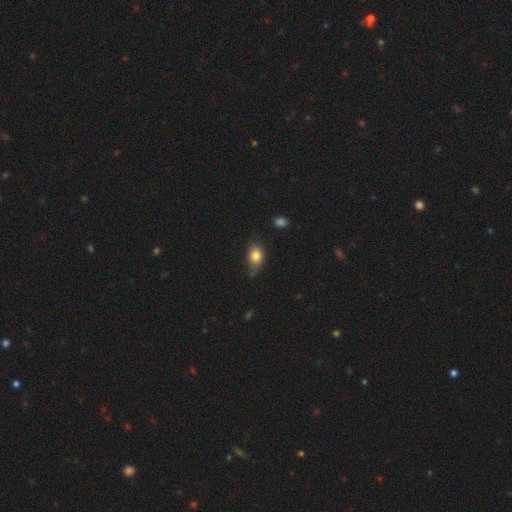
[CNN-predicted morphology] Smooth or featured? Predicted: smooth (p=0.83). How rounded? Predicted: in between (p=0.72). Merging? Predicted: none (p=0.61).